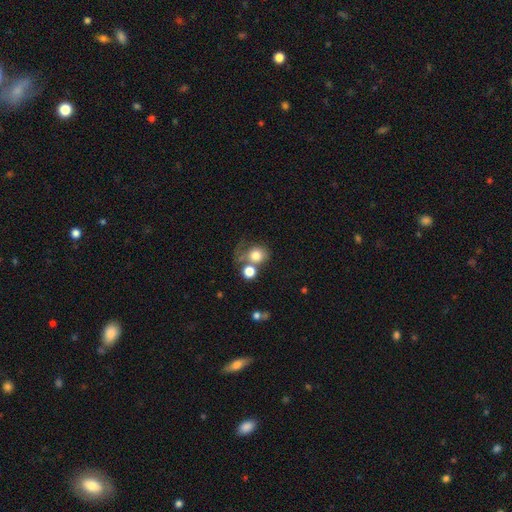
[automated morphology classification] This is likely a smooth galaxy (77%). How rounded: likely round (77%). Merging: marginally none (39%).